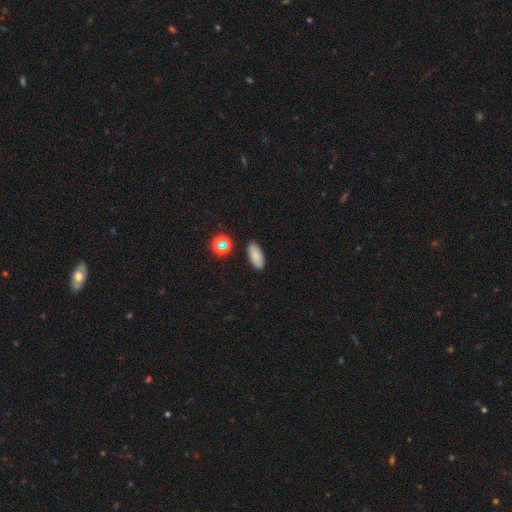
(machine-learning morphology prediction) A smooth galaxy with no disk features (82%) that is in between round and cigar-shaped (86%). Merging: none (88%).